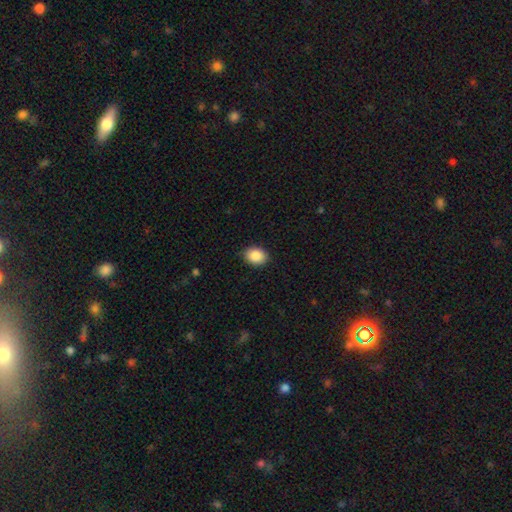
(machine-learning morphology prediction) This appears to be a smooth galaxy with no disk features (88%) that is in between round and cigar-shaped (62%). Merging: none (88%).